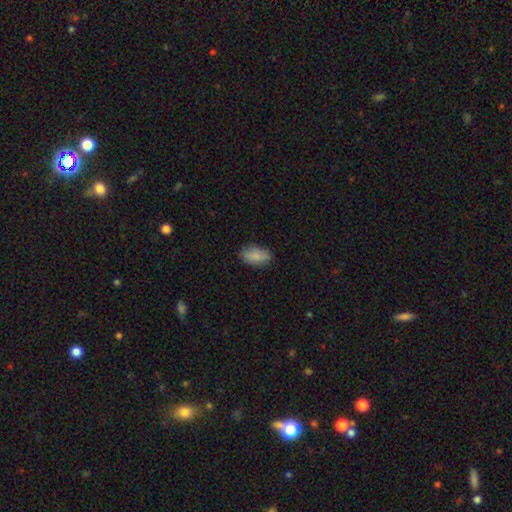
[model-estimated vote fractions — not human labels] Q: Smooth or featured?
A: smooth (85%); runner-up: featured or disk (8%)
Q: How rounded?
A: in between (92%); runner-up: cigar-shaped (4%)
Q: Merging?
A: none (83%); runner-up: minor disturbance (13%)